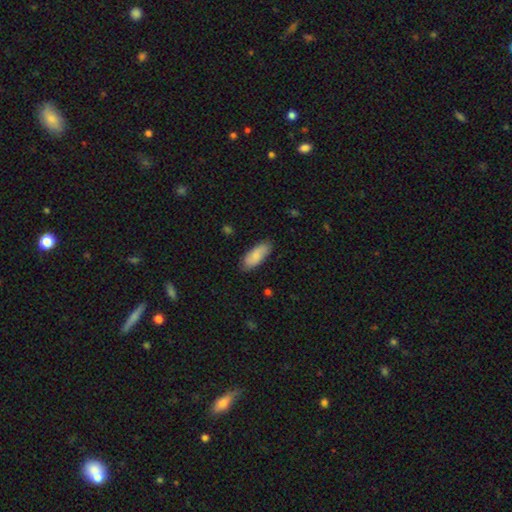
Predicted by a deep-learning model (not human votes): Overall: smooth (82%). How rounded: in between (82%). Merging: none (84%).